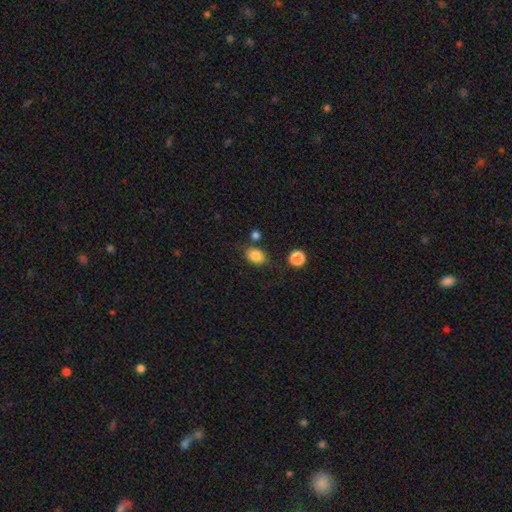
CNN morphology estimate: type=smooth (84%); roundness=in between (73%); merging=none (72%).